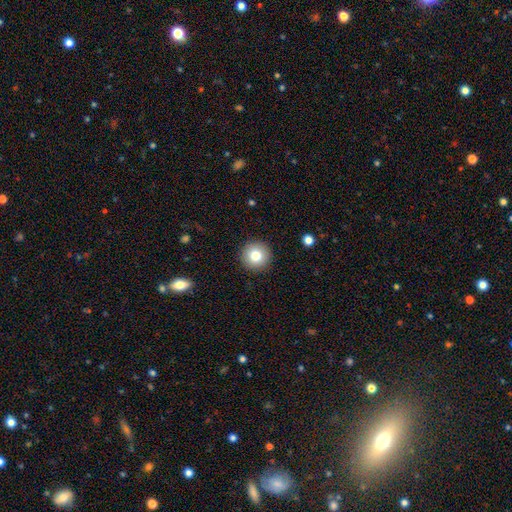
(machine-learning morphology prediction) A smooth galaxy with no disk features (79%) that is round (96%).

Vote fractions:
- Smooth or featured? smooth: 79% / featured or disk: 11% / star or artifact: 10%
- How rounded? round: 96% / in between: 3% / cigar-shaped: 1%
- Merging? none: 92% / minor disturbance: 5% / major disturbance: 2% / merger: 1%